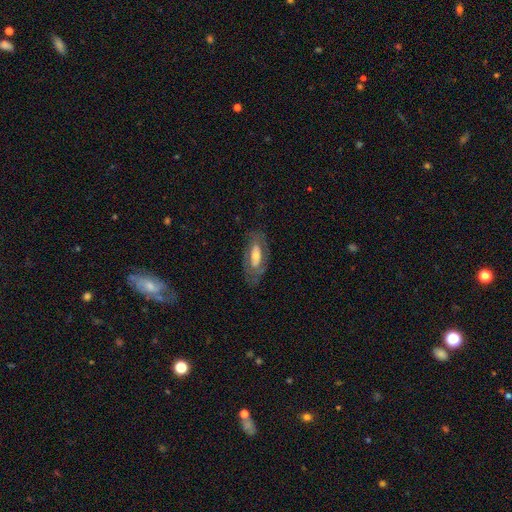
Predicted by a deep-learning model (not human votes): Smooth or featured? featured or disk (58%)
Edge-on disk? no (84%)
Merging? none (71%)